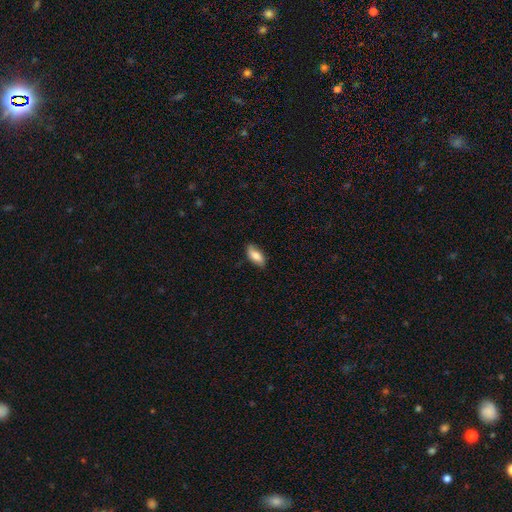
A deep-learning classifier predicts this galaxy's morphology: This appears to be a smooth galaxy with no disk features (77%) that is in between round and cigar-shaped (85%). Merging: none (83%).